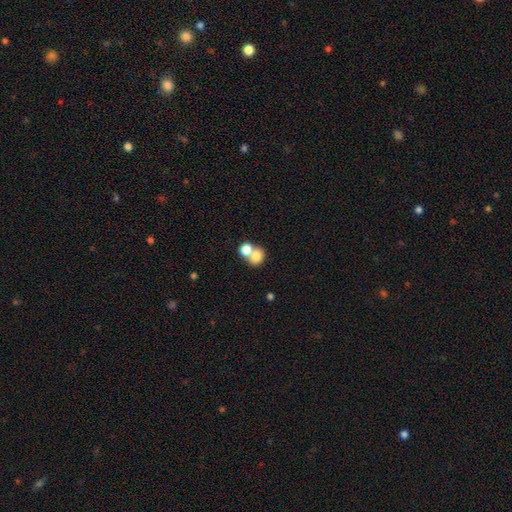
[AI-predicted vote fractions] Smooth or featured? smooth (77%)
How rounded? round (66%)
Merging? merger (60%)